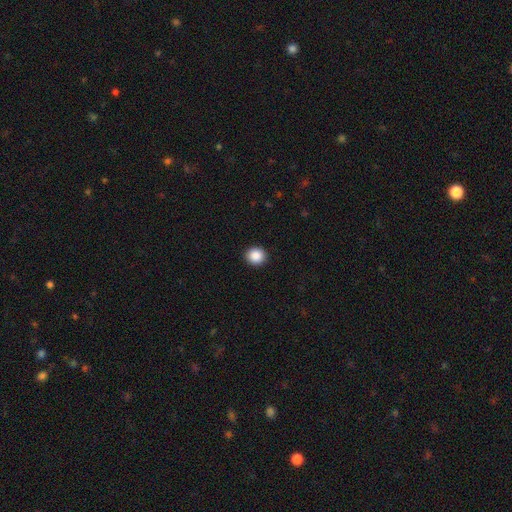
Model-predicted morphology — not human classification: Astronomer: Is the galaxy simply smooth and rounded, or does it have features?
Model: smooth — 88%.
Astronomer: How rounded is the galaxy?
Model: round — 88%.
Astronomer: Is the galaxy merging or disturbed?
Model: none — 93%.